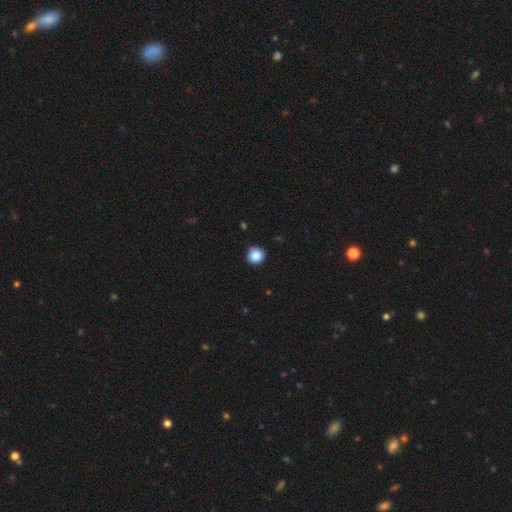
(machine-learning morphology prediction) Smooth or featured?
  - smooth: 87% *
  - star or artifact: 10%
  - featured or disk: 4%
How rounded?
  - round: 93% *
  - in between: 6%
  - cigar-shaped: 1%
Merging?
  - none: 86% *
  - minor disturbance: 11%
  - major disturbance: 2%
  - merger: 1%